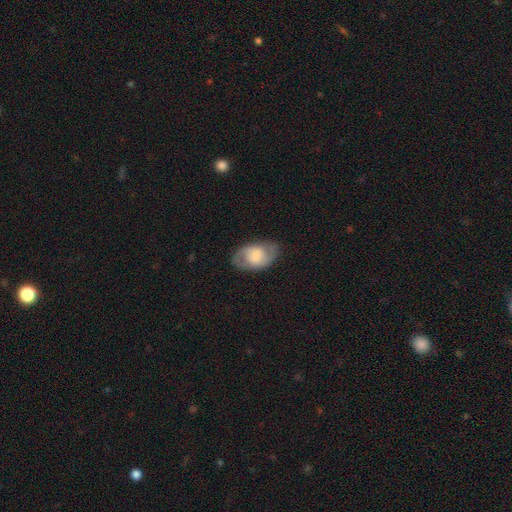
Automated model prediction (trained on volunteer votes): Smooth or featured?
  - featured or disk: 59% *
  - smooth: 35%
  - star or artifact: 7%
Edge-on disk?
  - no: 95% *
  - yes: 5%
Bar?
  - no: 45% *
  - weak: 43%
  - strong: 13%
Spiral arms?
  - yes: 80% *
  - no: 20%
Bulge size?
  - moderate: 30% *
  - large: 27%
  - small: 24%
  - none: 14%
  - dominant: 4%
Merging?
  - none: 79% *
  - minor disturbance: 14%
  - major disturbance: 6%
  - merger: 1%